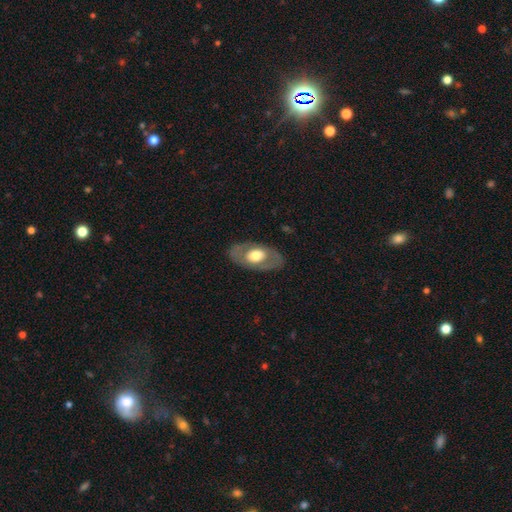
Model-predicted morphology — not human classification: Smooth or featured?
  - featured or disk: 50% *
  - smooth: 45%
  - star or artifact: 5%
Merging?
  - none: 81% *
  - minor disturbance: 12%
  - major disturbance: 5%
  - merger: 1%